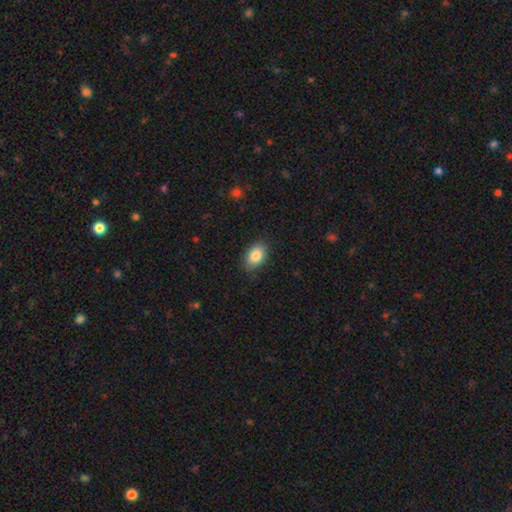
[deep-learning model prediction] This is clearly a smooth galaxy (86%). How rounded: clearly in between (87%). Merging: clearly none (85%).